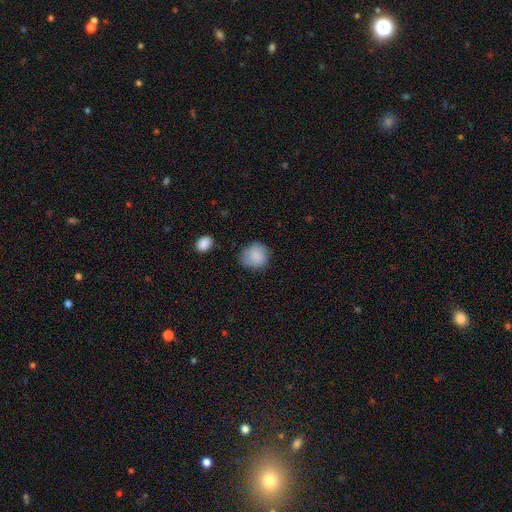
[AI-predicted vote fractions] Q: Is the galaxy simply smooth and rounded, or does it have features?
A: smooth — 84%.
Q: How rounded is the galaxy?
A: round — 82%.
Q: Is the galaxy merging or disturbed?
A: none — 72%.